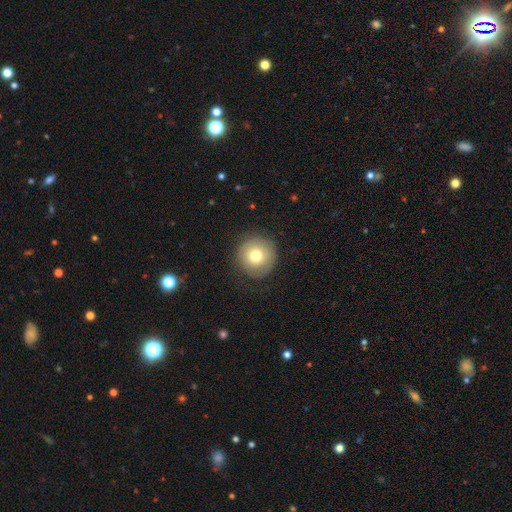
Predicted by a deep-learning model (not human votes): Smooth or featured? smooth (74%)
How rounded? round (95%)
Merging? none (87%)